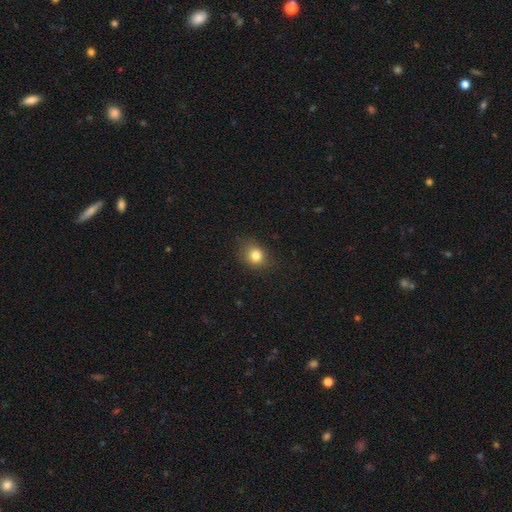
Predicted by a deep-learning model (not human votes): A smooth galaxy with no disk features (80%) that is round (67%).

Vote fractions:
- Smooth or featured? smooth: 80% / star or artifact: 13% / featured or disk: 7%
- How rounded? round: 67% / in between: 32% / cigar-shaped: 1%
- Merging? none: 78% / minor disturbance: 17% / major disturbance: 4% / merger: 1%